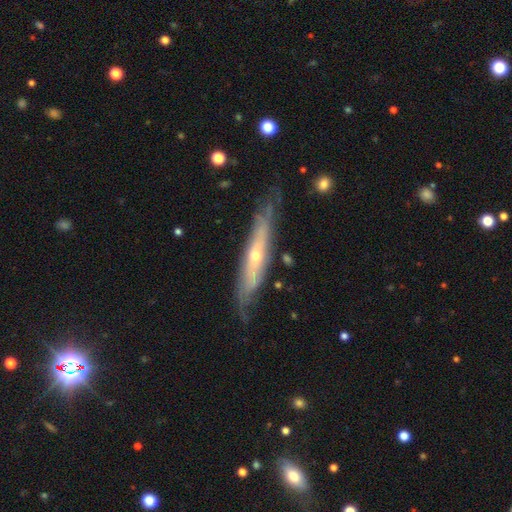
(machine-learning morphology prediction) Smooth or featured? Predicted: featured or disk (p=0.76). Edge-on disk? Predicted: yes (p=0.60). Merging? Predicted: none (p=0.71).